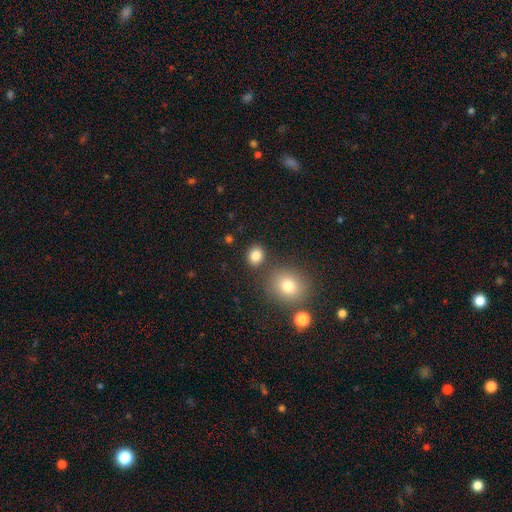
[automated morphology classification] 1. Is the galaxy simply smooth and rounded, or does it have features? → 83% smooth, 12% star or artifact, 5% featured or disk.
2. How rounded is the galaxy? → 66% round, 32% in between, 1% cigar-shaped.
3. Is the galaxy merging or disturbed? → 80% none, 9% minor disturbance, 8% merger, 3% major disturbance.